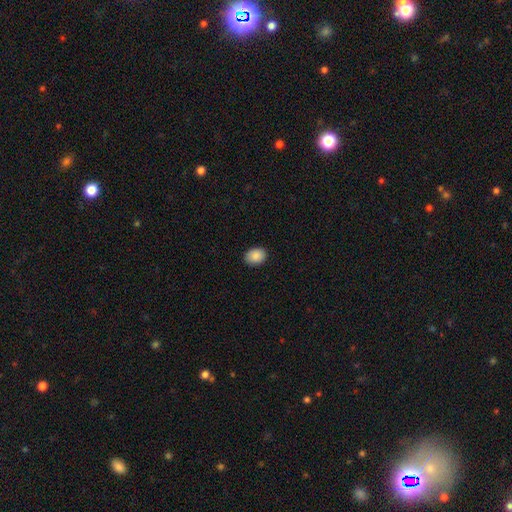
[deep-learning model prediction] smooth-or-featured: smooth: 89% | star or artifact: 7% | featured or disk: 3%
  how-rounded: in between: 62% | round: 37% | cigar-shaped: 1%
  merging: none: 90% | minor disturbance: 8% | major disturbance: 2% | merger: 1%